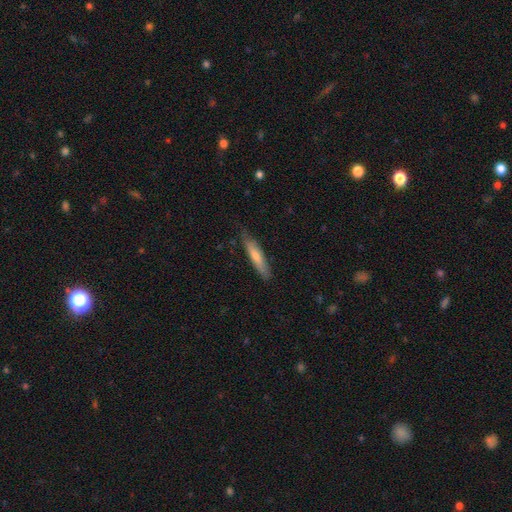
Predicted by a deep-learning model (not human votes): Smooth or featured? Predicted: smooth (p=0.49). Merging? Predicted: none (p=0.82).